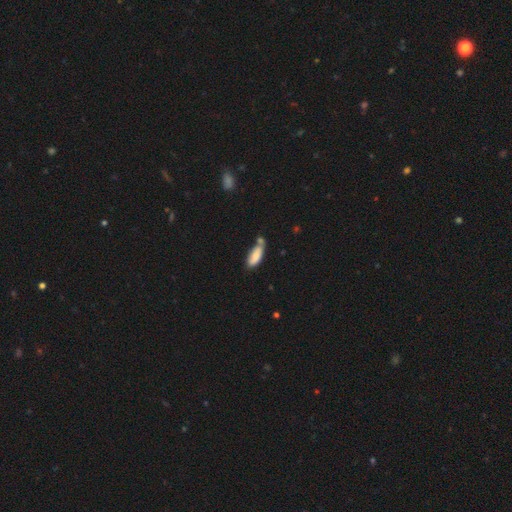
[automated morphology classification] smooth 79%, featured or disk 14%, star or artifact 7%. Down the decision tree: how rounded — in between (70%); merging — none (42%).